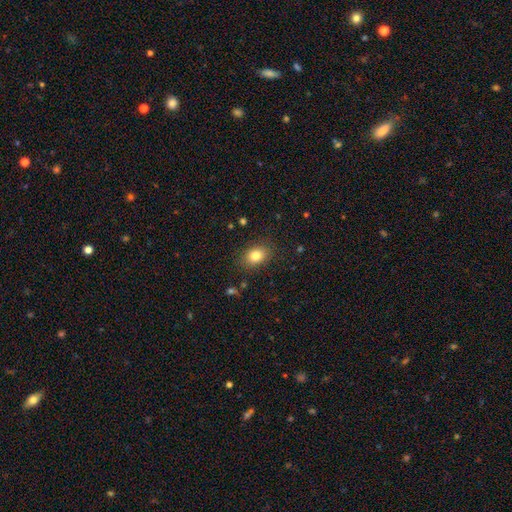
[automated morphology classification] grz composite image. It shows a smooth galaxy with no disk features (82%) that is in between round and cigar-shaped (74%). Merging: none (85%).